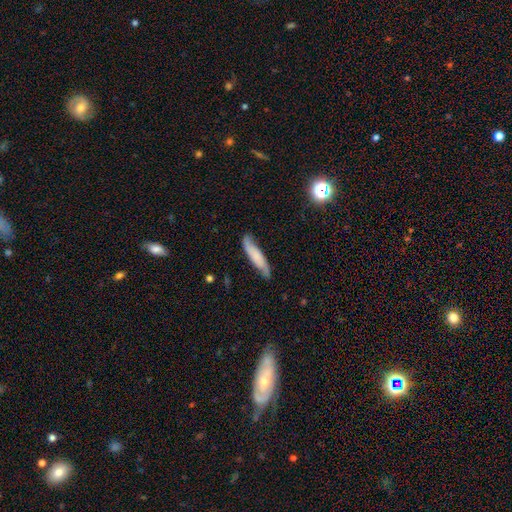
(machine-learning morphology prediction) Smooth or featured? Predicted: smooth (p=0.50). How rounded? Predicted: cigar-shaped (p=0.79). Merging? Predicted: none (p=0.71).